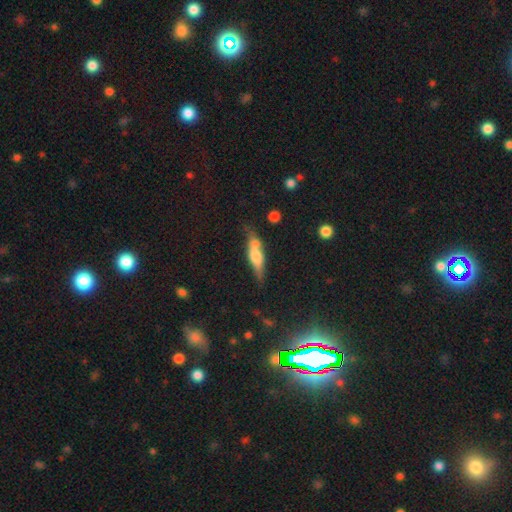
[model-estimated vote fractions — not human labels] Smooth or featured? Predicted: smooth (p=0.46, tied with featured or disk). Merging? Predicted: none (p=0.54).